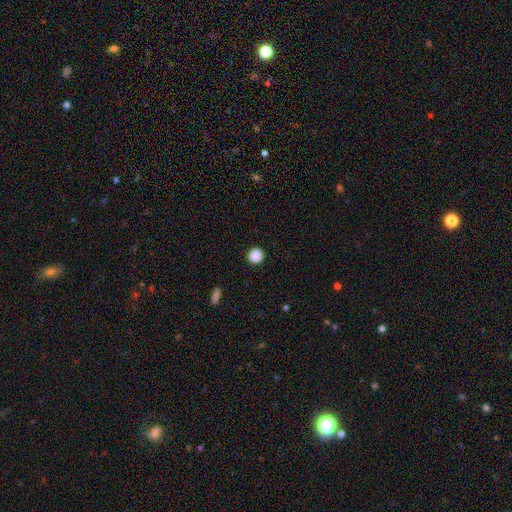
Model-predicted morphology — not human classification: A smooth galaxy with no disk features (88%) that is round (95%). Merging: none (93%).